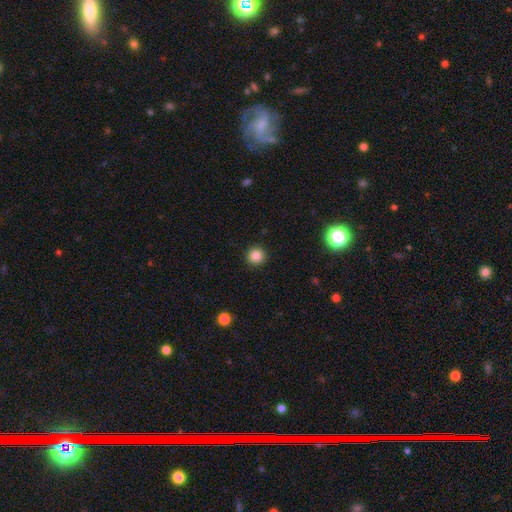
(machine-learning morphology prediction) Smooth or featured: smooth — 85% (star or artifact — 12%)
How rounded: round — 95% (in between — 4%)
Merging: none — 92% (minor disturbance — 5%)